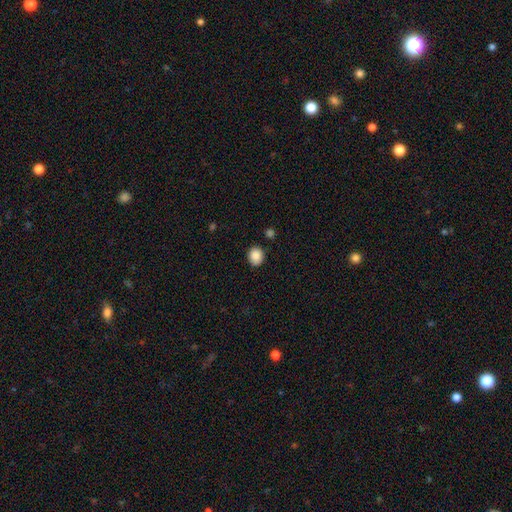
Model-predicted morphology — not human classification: Overall: smooth (88%). How rounded: round (64%; in between 35%). Merging: none (84%).